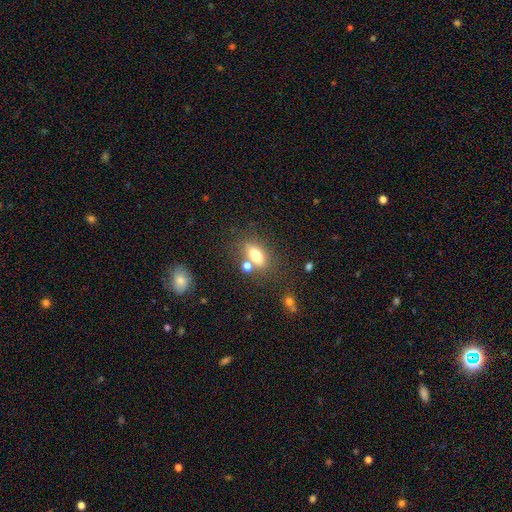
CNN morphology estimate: This appears to be a smooth galaxy with no disk features (72%) that is in between round and cigar-shaped (78%). Merging: none (63%).